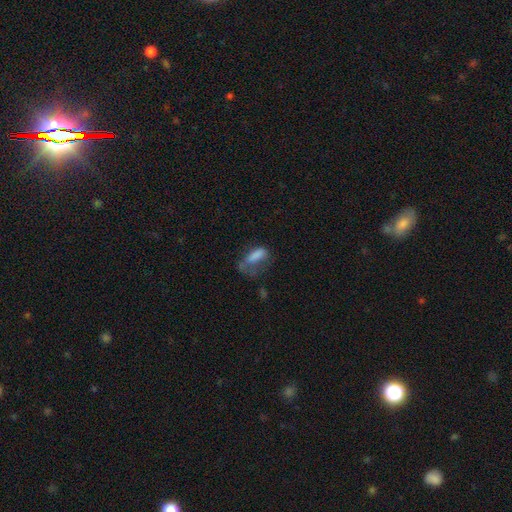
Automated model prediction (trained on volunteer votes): This appears to be a smooth galaxy with no disk features (67%) that is in between round and cigar-shaped (70%). Merging: major disturbance (45%).